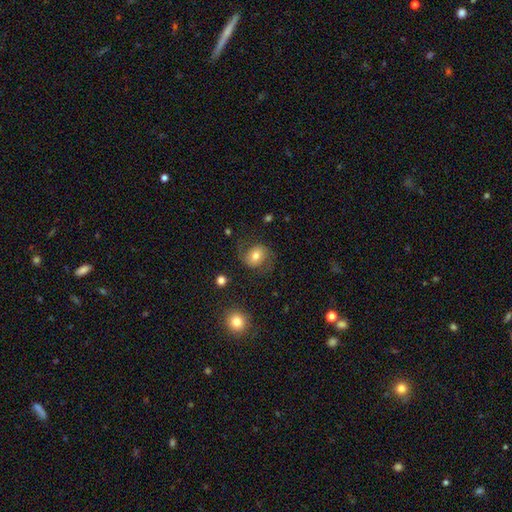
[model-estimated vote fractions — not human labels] Overall: featured or disk (53%; smooth 37%). Edge-on disk: no (97%). Bar: no (53%; weak 34%). Spiral arms: yes (88%). Bulge size: moderate (64%). Merging: none (68%).